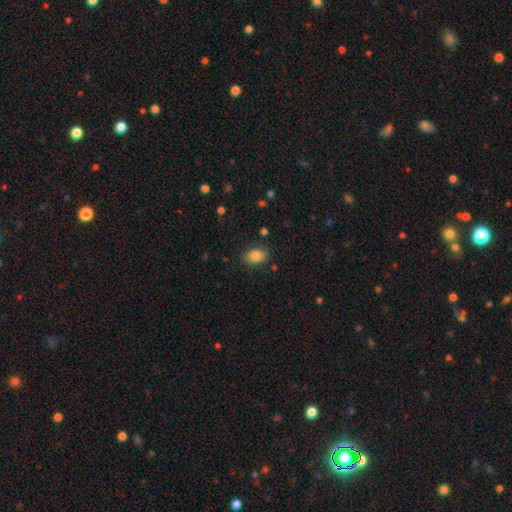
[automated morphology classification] type=smooth (85%); roundness=in between (86%); merging=none (82%).